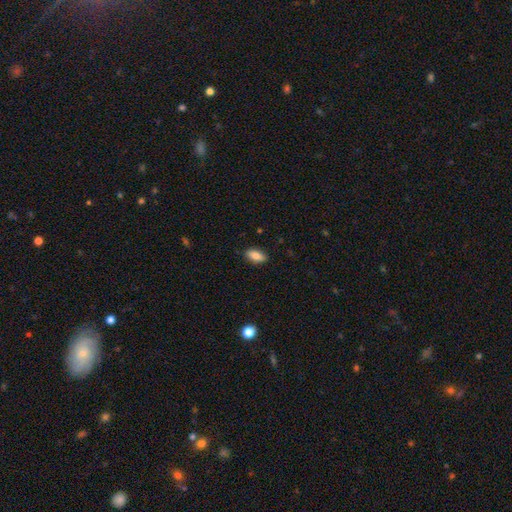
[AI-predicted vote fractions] Smooth or featured? smooth (82%)
How rounded? in between (88%)
Merging? none (87%)